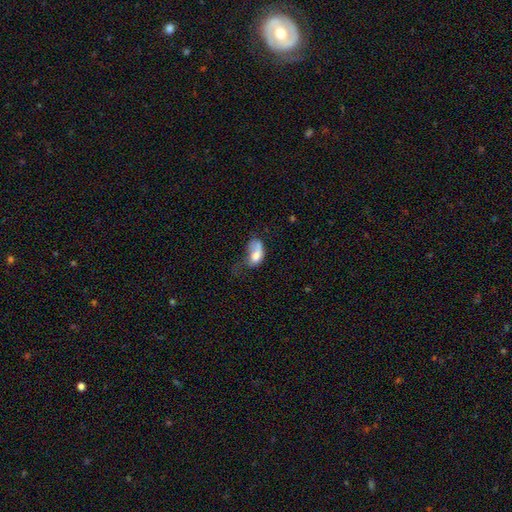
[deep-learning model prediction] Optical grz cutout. It shows a smooth galaxy with no disk features (63%) that is in between round and cigar-shaped (87%). Merging: major disturbance (48%).